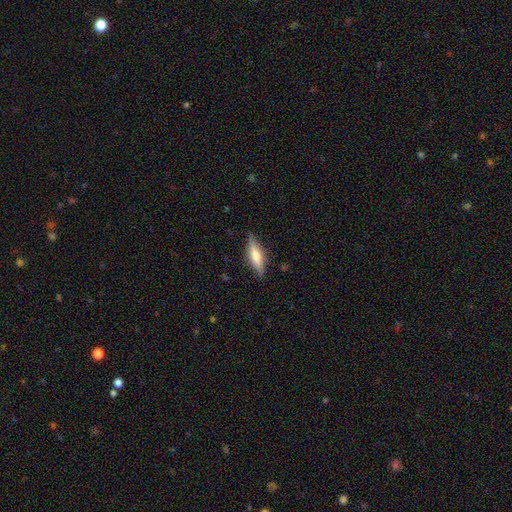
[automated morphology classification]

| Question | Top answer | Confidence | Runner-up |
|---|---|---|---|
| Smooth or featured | smooth | 48% | featured or disk (46%) |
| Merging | none | 86% | minor disturbance (11%) |